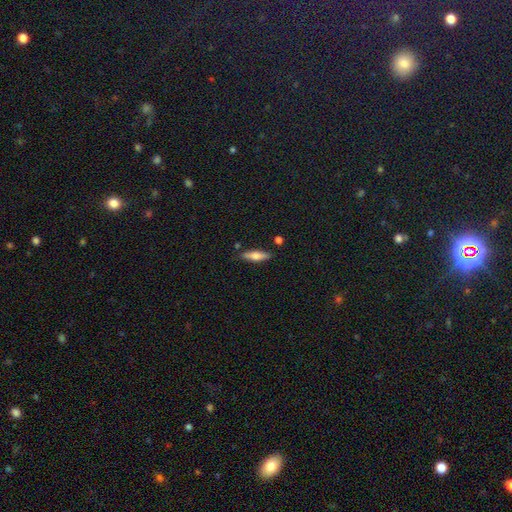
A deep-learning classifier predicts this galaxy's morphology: This appears to be a smooth galaxy with no disk features (58%) that is cigar-shaped (69%). Merging: none (82%).